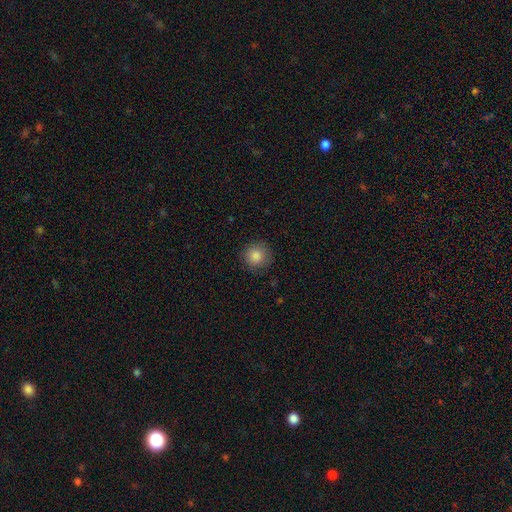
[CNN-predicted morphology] smooth_or_featured: smooth (p=0.86) [alt: star or artifact p=0.10]
how_rounded: round (p=0.93) [alt: in between p=0.06]
merging: none (p=0.87) [alt: minor disturbance p=0.09]